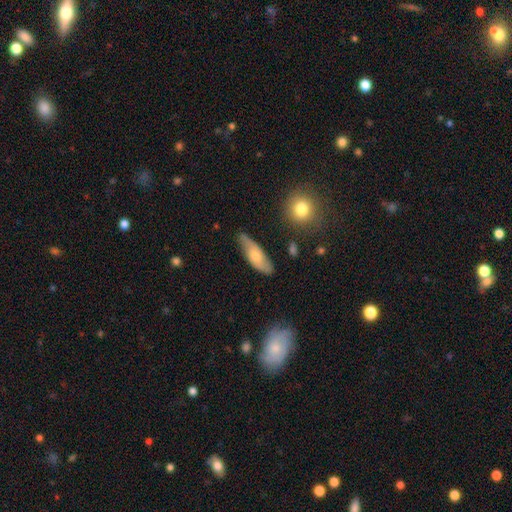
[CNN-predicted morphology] Smooth or featured? Predicted: smooth (p=0.59). How rounded? Predicted: in between (p=0.61). Merging? Predicted: none (p=0.65).